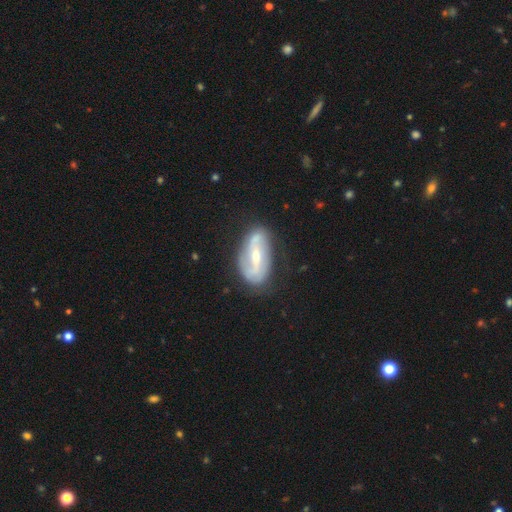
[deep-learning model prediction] Morphology: type=featured or disk (78%); edge-on=no (93%); bar=strong (48%); spiral arms=yes (84%); winding=loose (43%); arm count=2 (82%); bulge=moderate (48%); merging=none (74%).